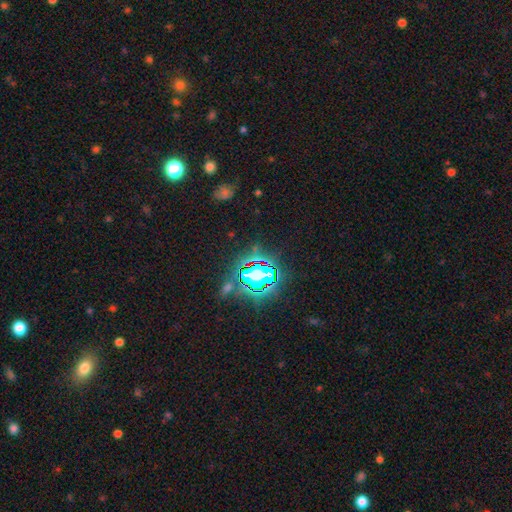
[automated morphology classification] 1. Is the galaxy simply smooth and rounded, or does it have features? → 78% star or artifact, 14% smooth, 8% featured or disk.